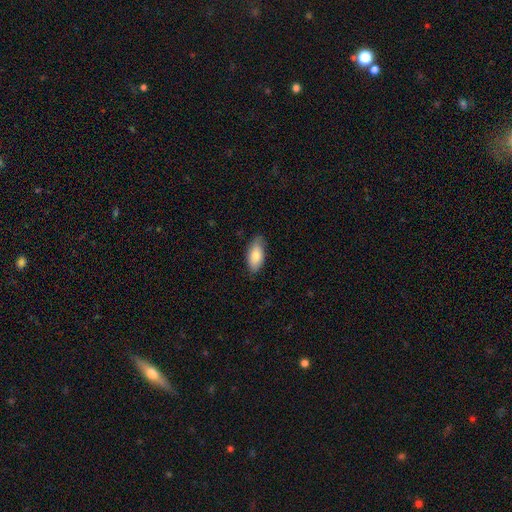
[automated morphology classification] Overall: smooth (81%). How rounded: in between (90%). Merging: none (80%).